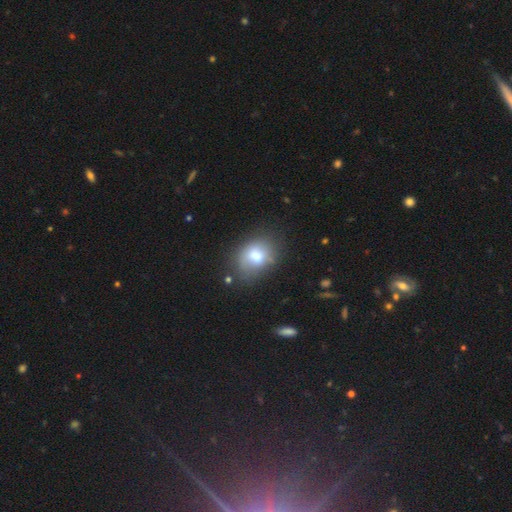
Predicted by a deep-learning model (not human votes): The model was most divided on "merging": none: 60%, minor disturbance: 24%, major disturbance: 10%, merger: 6%. More confident: smooth or featured — smooth (74%); how rounded — in between (68%).